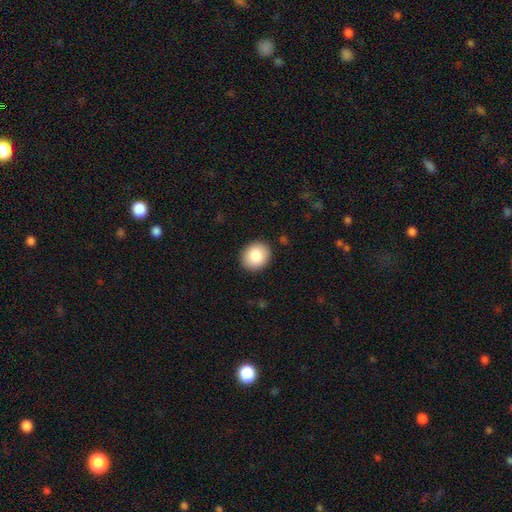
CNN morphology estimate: This appears to be a smooth galaxy with no disk features (84%) that is round (66%). Merging: none (90%).